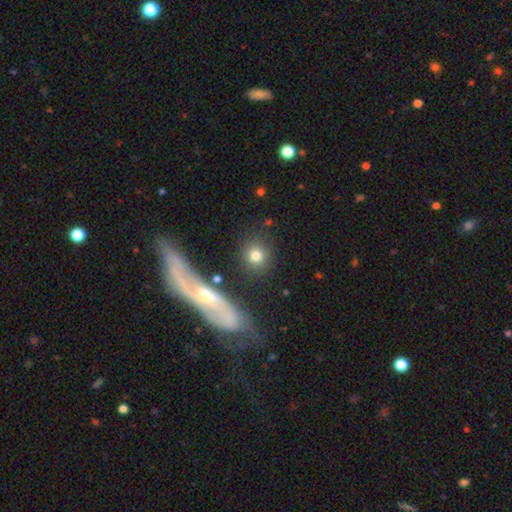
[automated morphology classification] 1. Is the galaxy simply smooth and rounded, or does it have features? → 78% smooth, 12% featured or disk, 10% star or artifact.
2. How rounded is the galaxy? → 87% round, 10% in between, 2% cigar-shaped.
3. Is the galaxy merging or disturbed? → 84% none, 8% minor disturbance, 4% merger, 3% major disturbance.